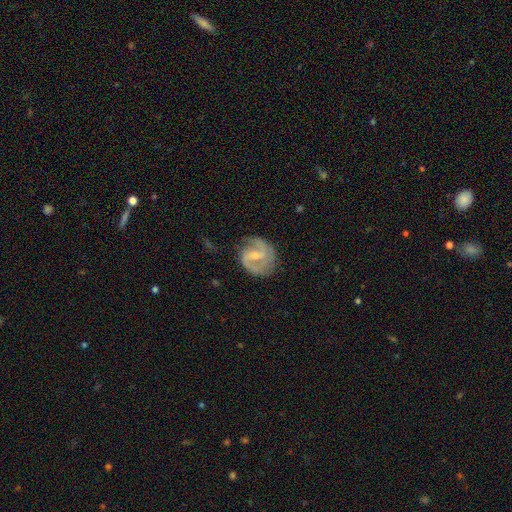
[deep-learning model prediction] A featured or disk galaxy (84%) with a weak bar (55%), 2 (83%) medium (52%) spiral arms (95%) and a small central bulge (51%). Merging: none (69%).